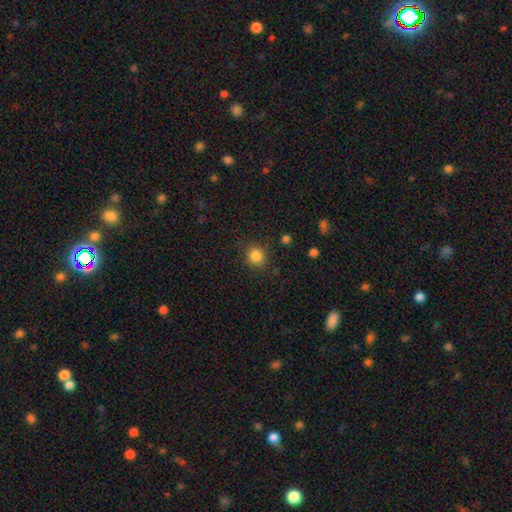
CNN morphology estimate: Smooth or featured? smooth (84%)
How rounded? round (82%)
Merging? none (84%)